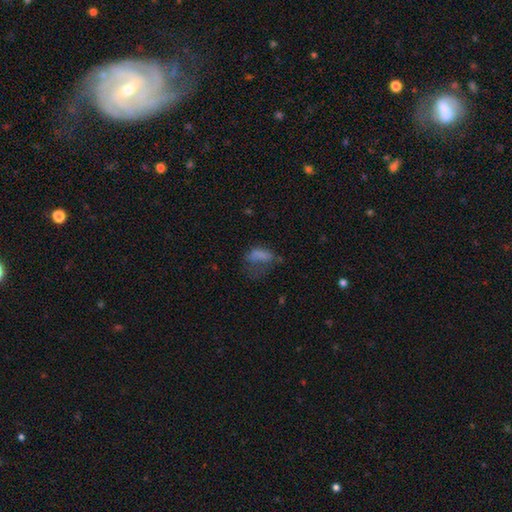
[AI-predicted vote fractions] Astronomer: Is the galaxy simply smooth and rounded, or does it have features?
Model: smooth — 57%.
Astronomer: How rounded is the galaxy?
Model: in between — 75%.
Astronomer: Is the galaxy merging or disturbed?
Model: major disturbance — 45% (runner-up: none, 29%).